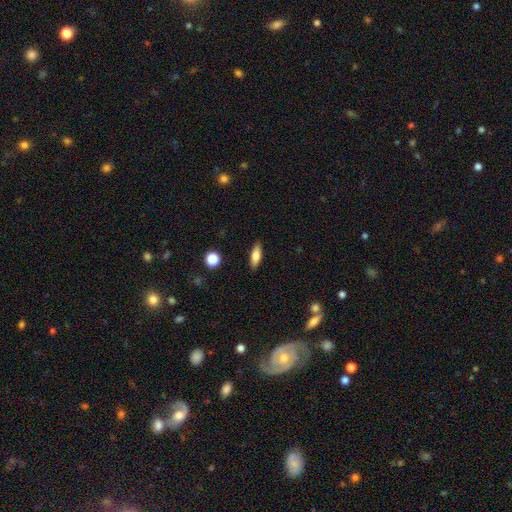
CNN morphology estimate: type=smooth (75%); roundness=in between (59%); merging=none (88%).